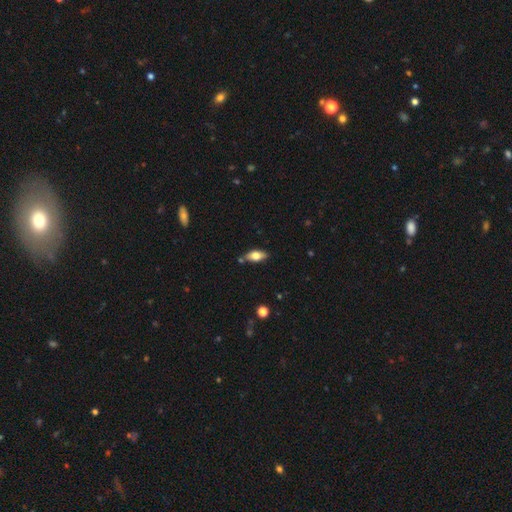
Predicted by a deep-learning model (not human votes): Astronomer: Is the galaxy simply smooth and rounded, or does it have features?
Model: smooth — 69%.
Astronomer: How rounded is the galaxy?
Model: in between — 84%.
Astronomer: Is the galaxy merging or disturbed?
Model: none — 77%.